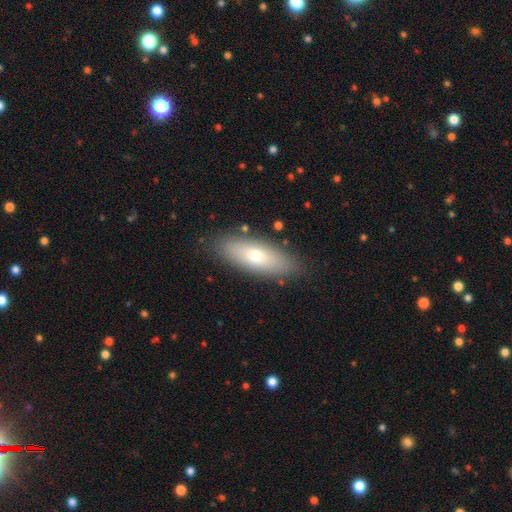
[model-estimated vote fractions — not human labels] Overall: smooth (64%; featured or disk 28%). How rounded: in between (64%; cigar-shaped 34%). Merging: none (86%).